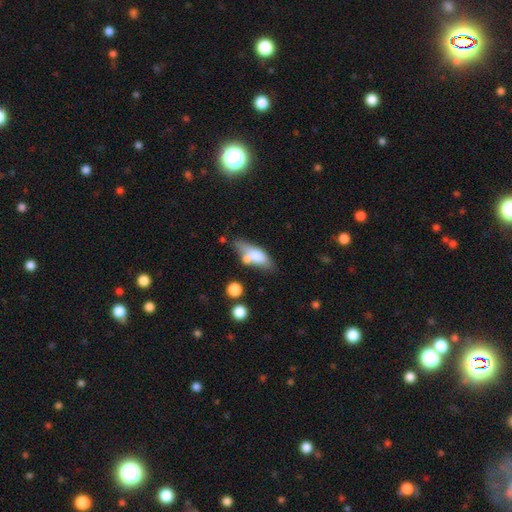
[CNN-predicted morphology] This appears to be a smooth galaxy with no disk features (69%) that is in between round and cigar-shaped (65%). Merging: none (50%).